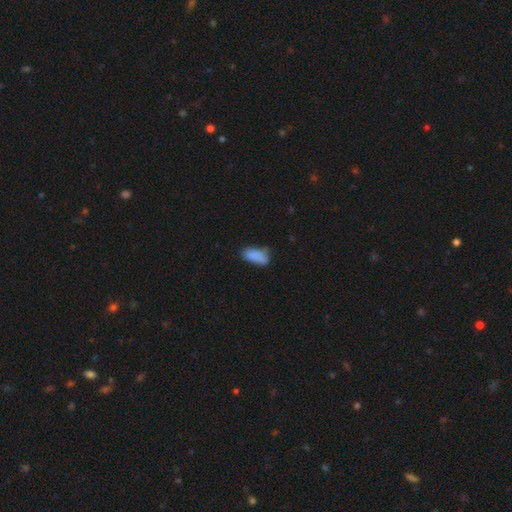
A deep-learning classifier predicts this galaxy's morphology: type=smooth (85%); roundness=in between (87%); merging=none (54%).